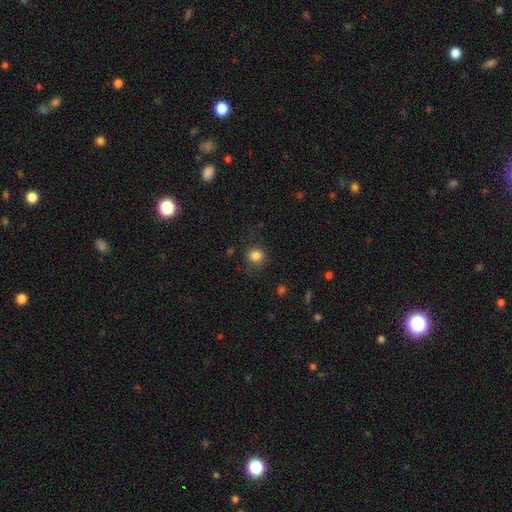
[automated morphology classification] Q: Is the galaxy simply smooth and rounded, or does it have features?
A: smooth — 83%.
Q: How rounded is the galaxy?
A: round — 77%.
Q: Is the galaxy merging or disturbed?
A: none — 78%.